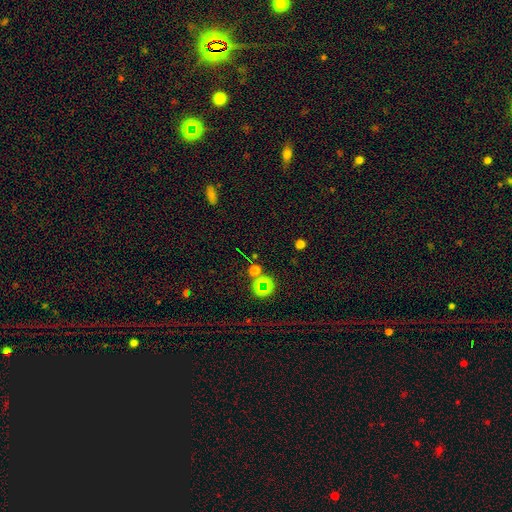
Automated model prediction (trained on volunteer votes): A star or artifact, not a galaxy (62%).